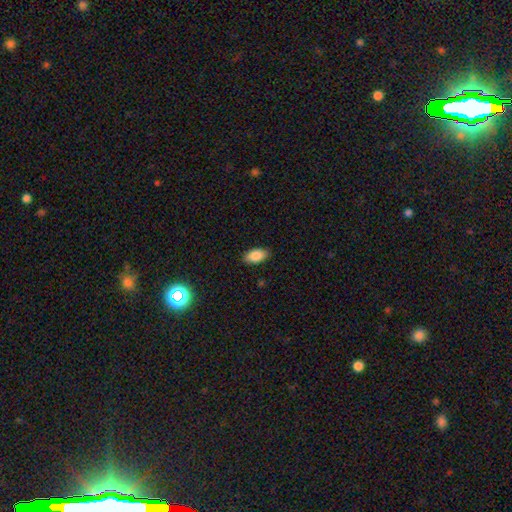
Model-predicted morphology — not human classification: smooth-or-featured: smooth: 86% | star or artifact: 8% | featured or disk: 7%
  how-rounded: in between: 93% | round: 4% | cigar-shaped: 3%
  merging: none: 88% | minor disturbance: 9% | major disturbance: 2% | merger: 1%